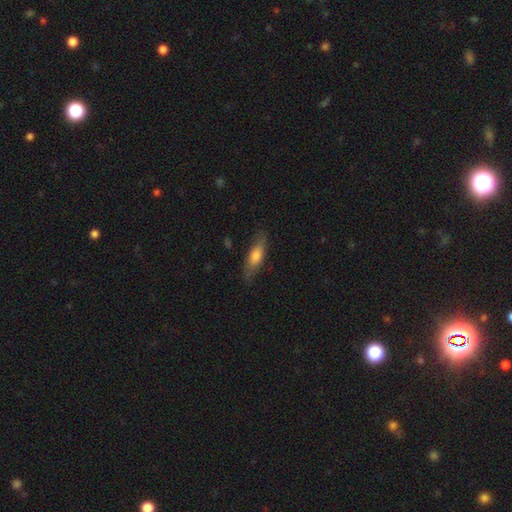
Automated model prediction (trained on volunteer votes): Overall: smooth (66%; featured or disk 27%). How rounded: cigar-shaped (50%; in between 47%). Merging: none (79%).